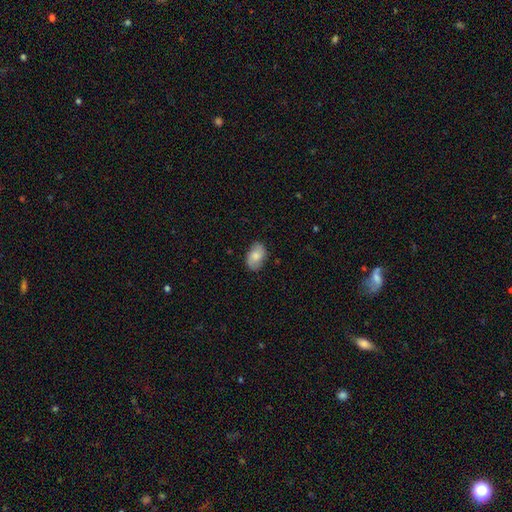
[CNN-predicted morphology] type=smooth (74%); roundness=in between (89%); merging=none (81%).